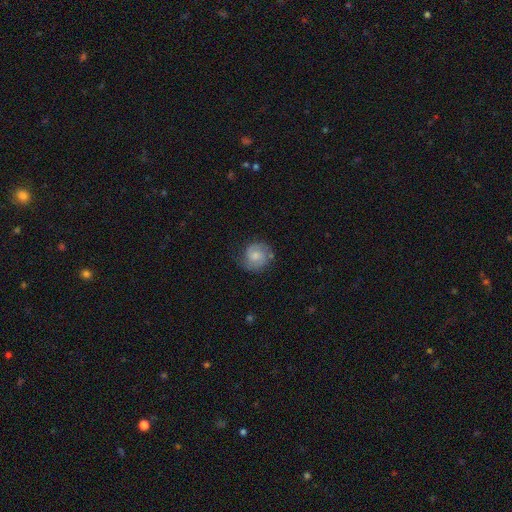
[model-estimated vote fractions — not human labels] Morphology: type=featured or disk (53%); edge-on=no (98%); bar=no (62%); spiral arms=yes (89%); bulge=moderate (46%); merging=none (71%).